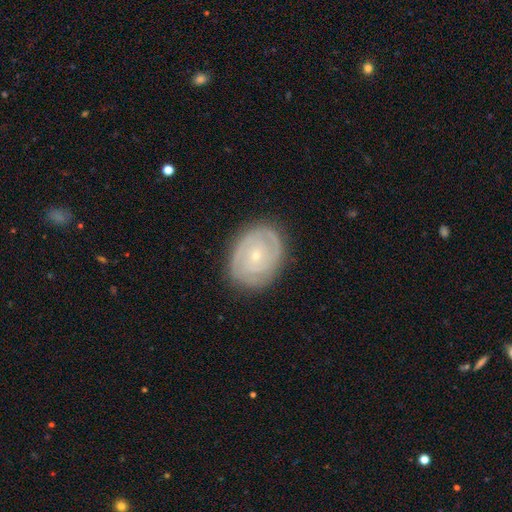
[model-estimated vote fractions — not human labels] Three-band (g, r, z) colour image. It shows a featured or disk galaxy (79%) with no bar (75%), 2 (44%) tight (75%) spiral arms (88%) and a small central bulge (78%). Merging: none (83%).